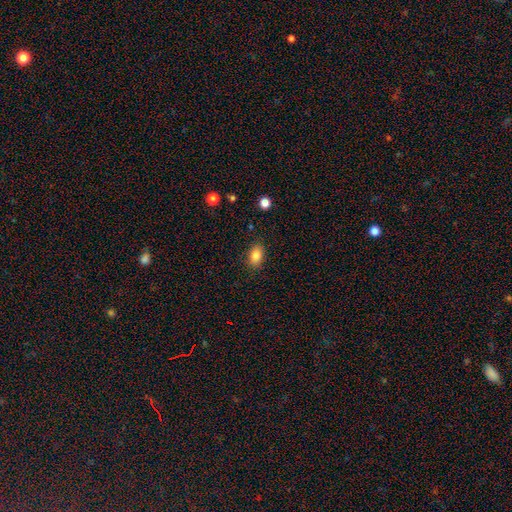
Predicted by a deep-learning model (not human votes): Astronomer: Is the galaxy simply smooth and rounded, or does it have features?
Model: smooth — 84%.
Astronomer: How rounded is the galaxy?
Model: in between — 83%.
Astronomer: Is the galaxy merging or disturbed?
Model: none — 87%.